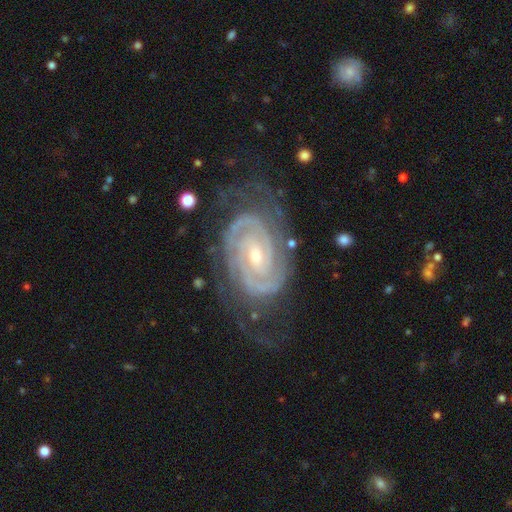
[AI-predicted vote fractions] featured or disk 93%, star or artifact 4%, smooth 3%. Down the decision tree: edge-on disk — no (97%); bar — no (53%); spiral arms — yes (99%); spiral arm count — 2 (71%); spiral winding — tight (80%); bulge size — small (59%); merging — none (71%).